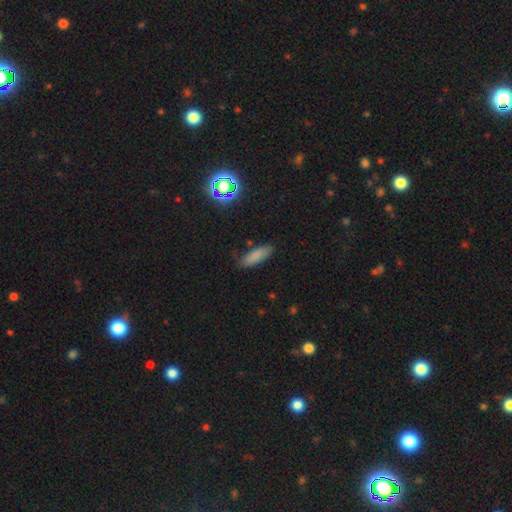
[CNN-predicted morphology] Smooth or featured? smooth (82%)
How rounded? in between (61%)
Merging? none (80%)